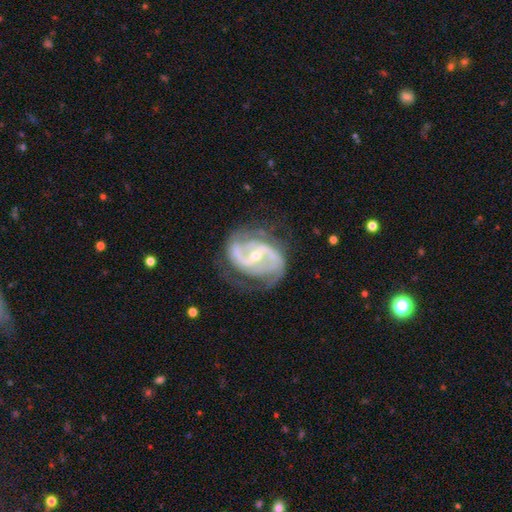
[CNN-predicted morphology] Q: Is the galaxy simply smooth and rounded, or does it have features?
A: featured or disk — 91%.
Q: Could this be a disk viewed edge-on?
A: no — 97%.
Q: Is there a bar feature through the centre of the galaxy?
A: strong — 40%.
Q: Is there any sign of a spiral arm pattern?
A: yes — 97%.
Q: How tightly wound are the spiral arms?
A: medium — 50%.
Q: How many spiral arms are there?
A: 2 — 78%.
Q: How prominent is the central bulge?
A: small — 57%.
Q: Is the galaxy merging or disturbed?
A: none — 64%.